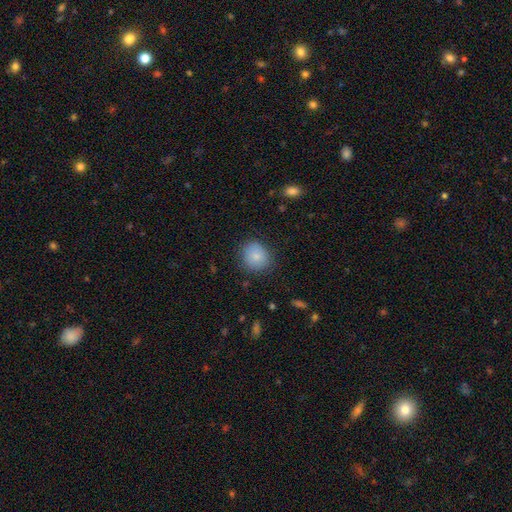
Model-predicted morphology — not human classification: smooth_or_featured: smooth (p=0.84) [alt: star or artifact p=0.09]
how_rounded: round (p=0.79) [alt: in between p=0.20]
merging: none (p=0.82) [alt: minor disturbance p=0.13]